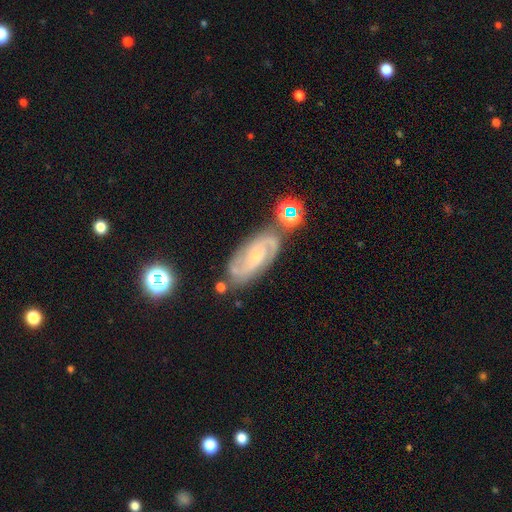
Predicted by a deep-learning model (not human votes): Q: Smooth or featured?
A: featured or disk (83%); runner-up: smooth (10%)
Q: Edge-on disk?
A: no (94%); runner-up: yes (6%)
Q: Bar?
A: no (55%); runner-up: weak (36%)
Q: Spiral arms?
A: yes (96%); runner-up: no (4%)
Q: Spiral winding?
A: medium (47%); runner-up: tight (39%)
Q: Spiral arm count?
A: 2 (70%); runner-up: can't tell (12%)
Q: Bulge size?
A: small (73%); runner-up: moderate (23%)
Q: Merging?
A: none (71%); runner-up: minor disturbance (17%)